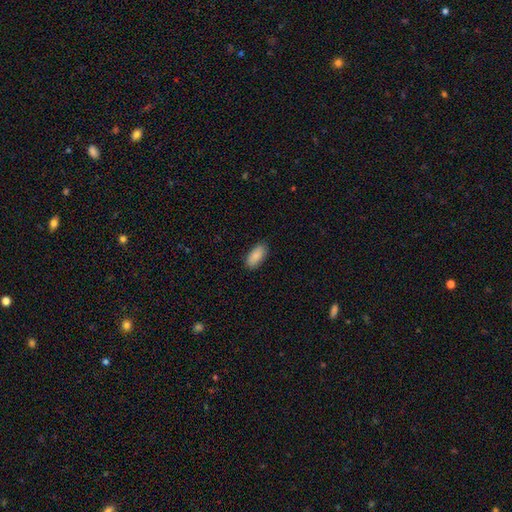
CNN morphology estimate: smooth-or-featured: smooth: 87% | featured or disk: 6% | star or artifact: 6%
  how-rounded: in between: 90% | cigar-shaped: 8% | round: 2%
  merging: none: 87% | minor disturbance: 10% | major disturbance: 2% | merger: 1%